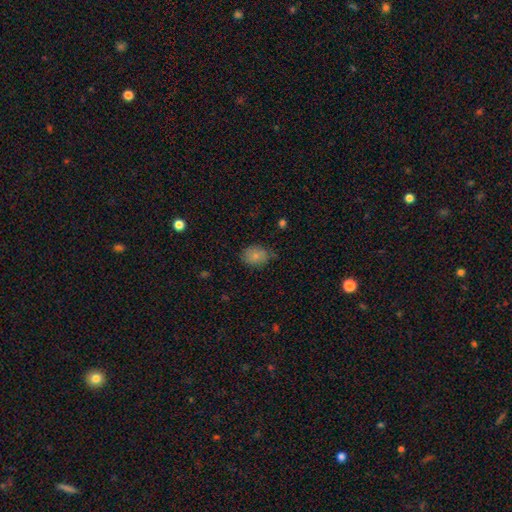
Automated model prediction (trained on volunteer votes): smooth-or-featured: smooth: 82% | star or artifact: 9% | featured or disk: 9%
  how-rounded: in between: 62% | round: 37% | cigar-shaped: 1%
  merging: none: 73% | minor disturbance: 22% | major disturbance: 4% | merger: 2%